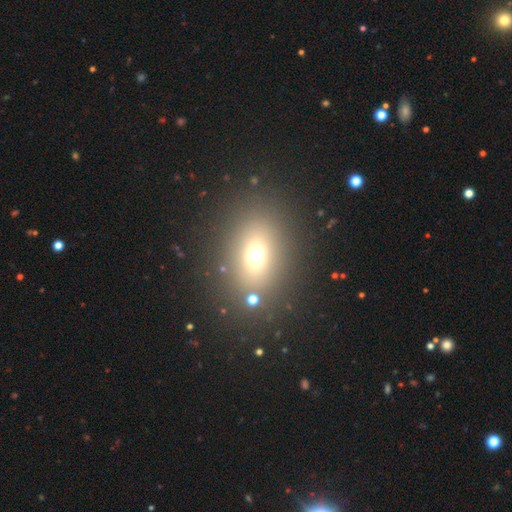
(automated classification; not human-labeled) The model was most divided on "how rounded": in between: 59%, round: 38%, cigar-shaped: 3%. More confident: merging — none (82%); smooth or featured — smooth (65%).